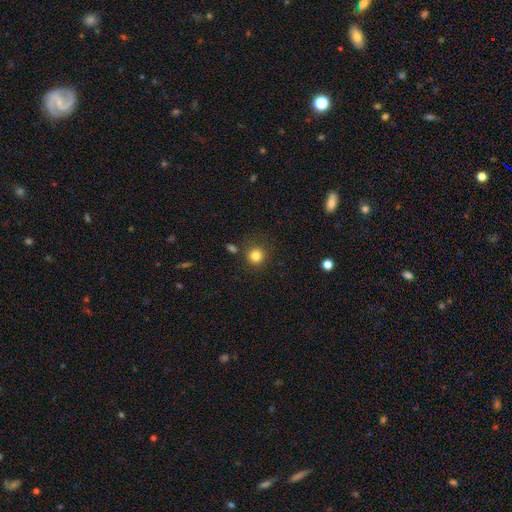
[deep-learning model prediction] Smooth or featured? Predicted: smooth (p=0.82). How rounded? Predicted: round (p=0.92). Merging? Predicted: none (p=0.84).